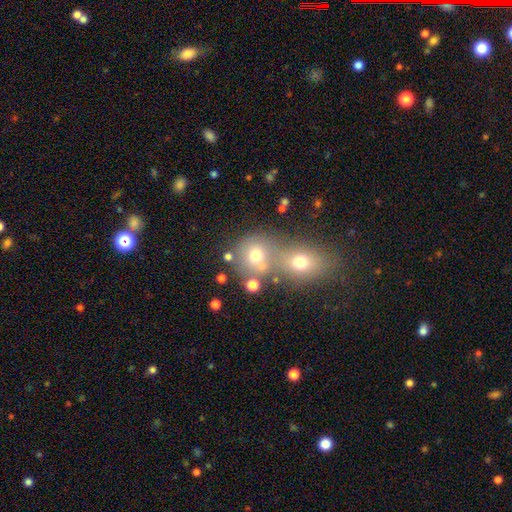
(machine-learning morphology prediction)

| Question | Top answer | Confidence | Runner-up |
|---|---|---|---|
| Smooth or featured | smooth | 69% | star or artifact (16%) |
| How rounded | round | 78% | in between (21%) |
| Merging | merger | 50% | none (37%) |